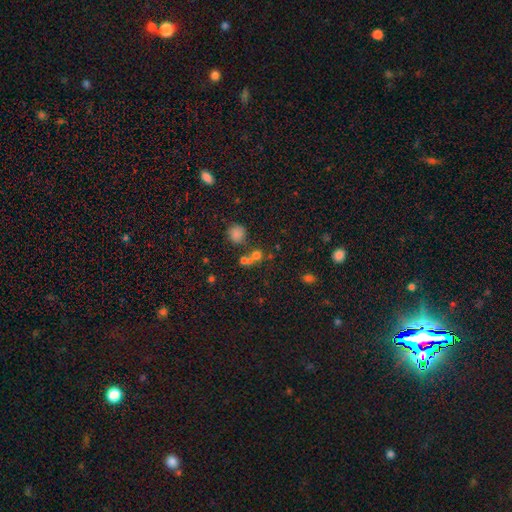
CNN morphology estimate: This is likely a smooth galaxy (64%). How rounded: clearly round (83%). Merging: marginally merger (44%, tied with none).